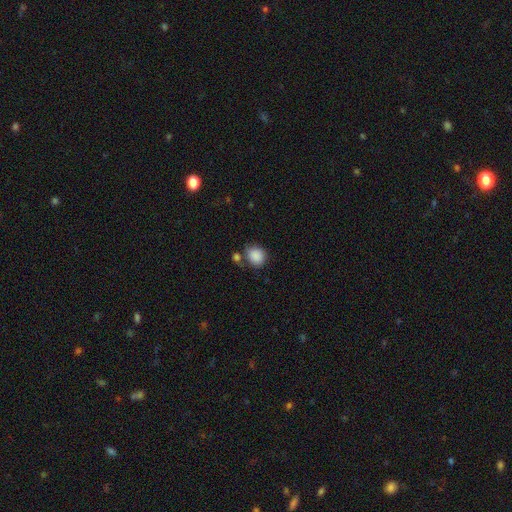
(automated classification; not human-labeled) Q: Smooth or featured?
A: smooth (88%); runner-up: star or artifact (9%)
Q: How rounded?
A: round (70%); runner-up: in between (29%)
Q: Merging?
A: none (66%); runner-up: minor disturbance (15%)